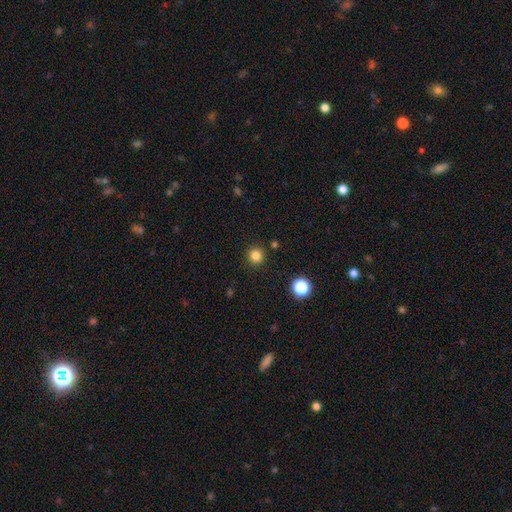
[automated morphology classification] type=smooth (82%); roundness=round (94%); merging=none (90%).